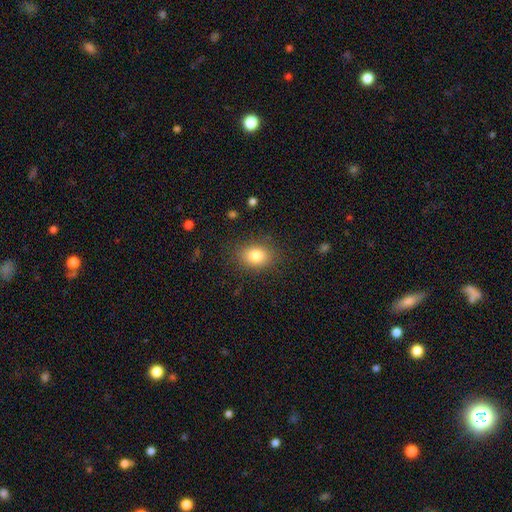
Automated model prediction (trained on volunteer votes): Overall: smooth (81%). How rounded: in between (65%; round 34%). Merging: none (84%).